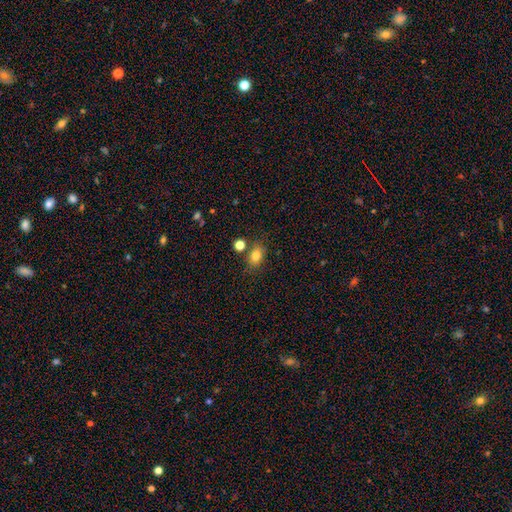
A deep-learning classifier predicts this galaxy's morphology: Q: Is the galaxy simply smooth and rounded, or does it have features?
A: smooth — 81%.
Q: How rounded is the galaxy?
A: in between — 70%.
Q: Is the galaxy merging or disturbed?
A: none — 74%.